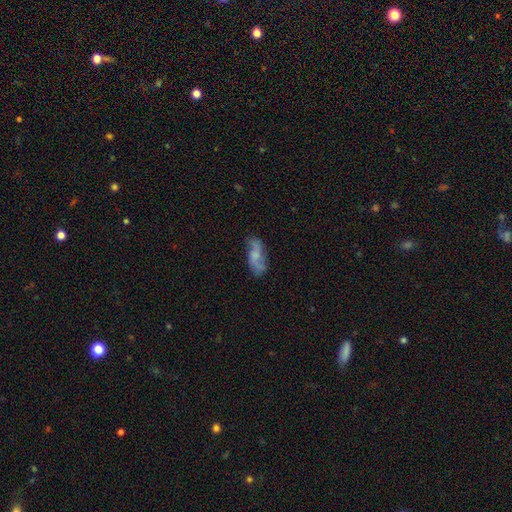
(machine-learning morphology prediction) Smooth or featured? featured or disk (61%)
Edge-on disk? no (93%)
Bar? no (61%)
Spiral arms? yes (87%)
Bulge size? small (34%)
Merging? none (65%)